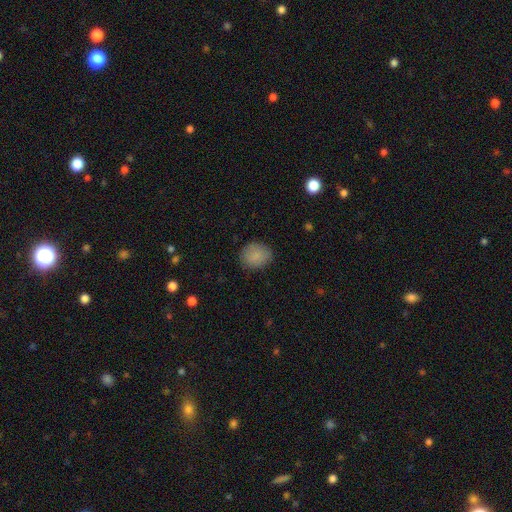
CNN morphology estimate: This is clearly a smooth galaxy (87%). How rounded: likely round (66%). Merging: clearly none (84%).